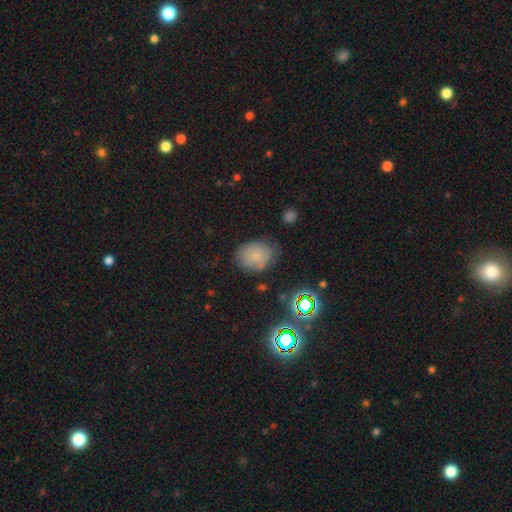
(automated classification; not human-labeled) A smooth galaxy with no disk features (68%) that is in between round and cigar-shaped (53%). Merging: none (67%).